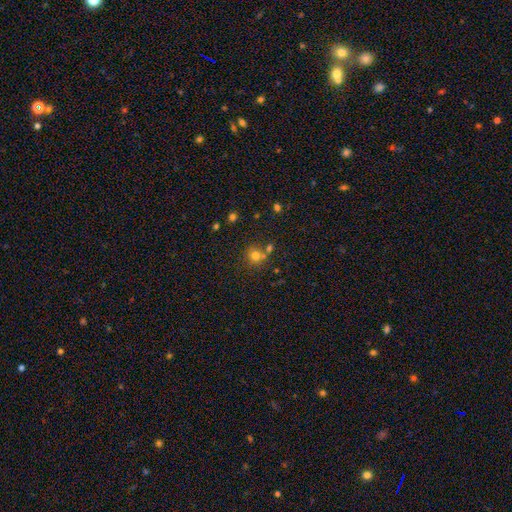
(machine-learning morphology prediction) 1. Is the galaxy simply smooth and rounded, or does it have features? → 72% smooth, 18% star or artifact, 10% featured or disk.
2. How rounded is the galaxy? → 87% round, 12% in between, 1% cigar-shaped.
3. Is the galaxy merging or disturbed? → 62% none, 25% merger, 10% minor disturbance, 4% major disturbance.